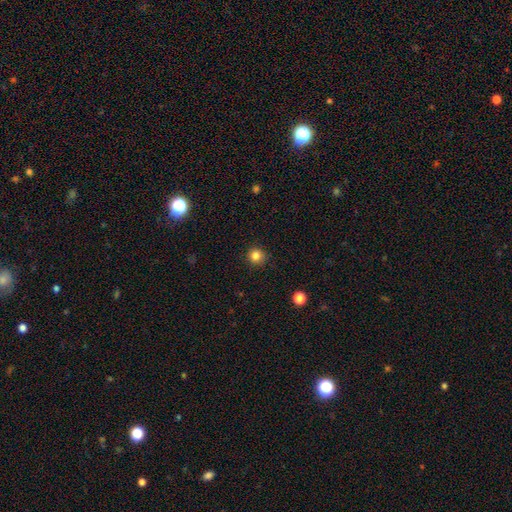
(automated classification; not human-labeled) smooth 83%, star or artifact 12%, featured or disk 4%. Down the decision tree: how rounded — round (94%); merging — none (91%).